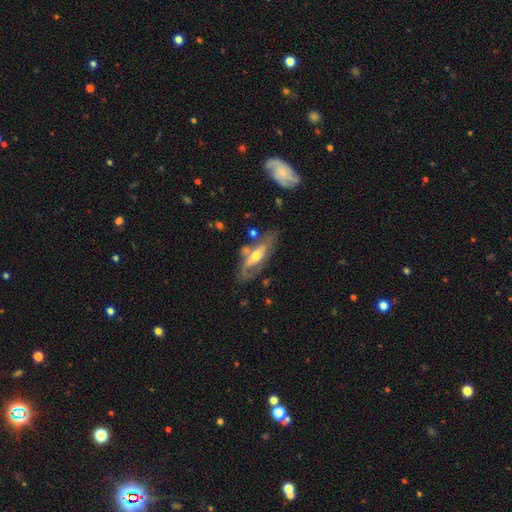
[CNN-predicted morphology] Smooth or featured?
  - featured or disk: 62% *
  - smooth: 32%
  - star or artifact: 6%
Edge-on disk?
  - no: 66% *
  - yes: 34%
Merging?
  - none: 57% *
  - minor disturbance: 22%
  - major disturbance: 11%
  - merger: 10%